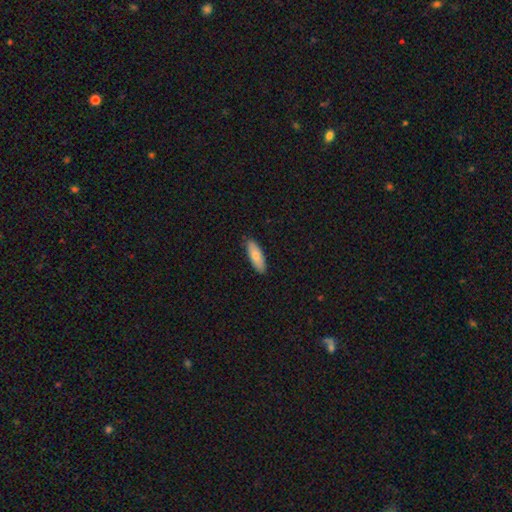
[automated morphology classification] A smooth galaxy with no disk features (80%) that is in between round and cigar-shaped (60%). Merging: none (87%).